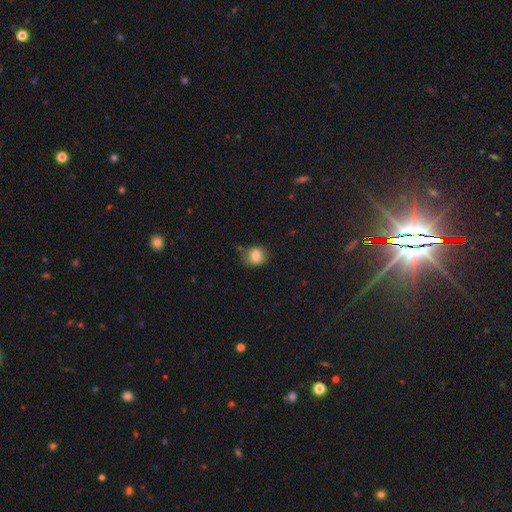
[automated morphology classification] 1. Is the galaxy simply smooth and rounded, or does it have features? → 82% smooth, 10% star or artifact, 8% featured or disk.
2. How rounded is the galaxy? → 70% round, 29% in between, 1% cigar-shaped.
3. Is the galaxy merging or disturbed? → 71% none, 21% minor disturbance, 5% major disturbance, 3% merger.